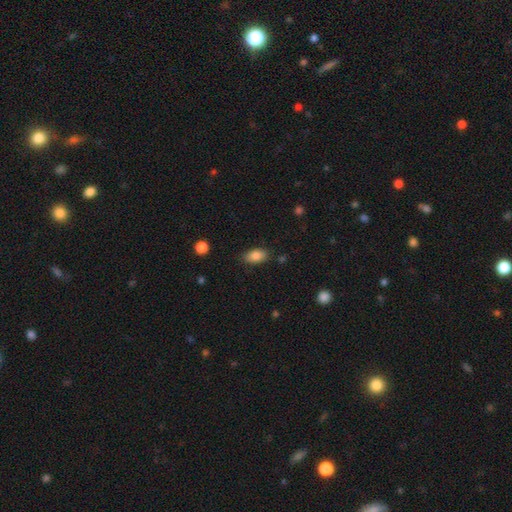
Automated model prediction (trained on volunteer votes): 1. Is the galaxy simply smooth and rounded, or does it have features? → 85% smooth, 8% star or artifact, 7% featured or disk.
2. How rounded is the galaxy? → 91% in between, 6% round, 3% cigar-shaped.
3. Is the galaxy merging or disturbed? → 83% none, 13% minor disturbance, 3% major disturbance, 2% merger.